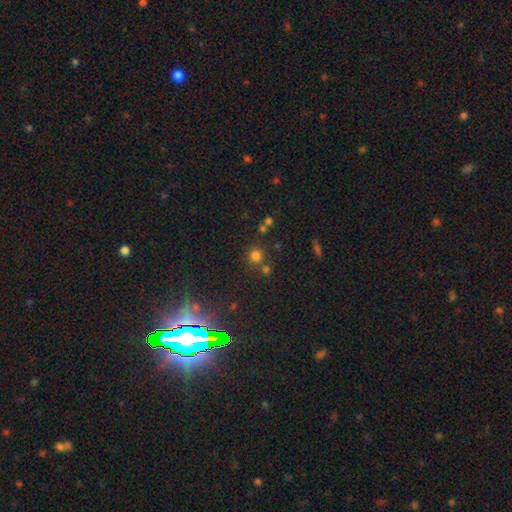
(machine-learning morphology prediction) Smooth or featured? Predicted: smooth (p=0.72). How rounded? Predicted: round (p=0.91). Merging? Predicted: none (p=0.72).